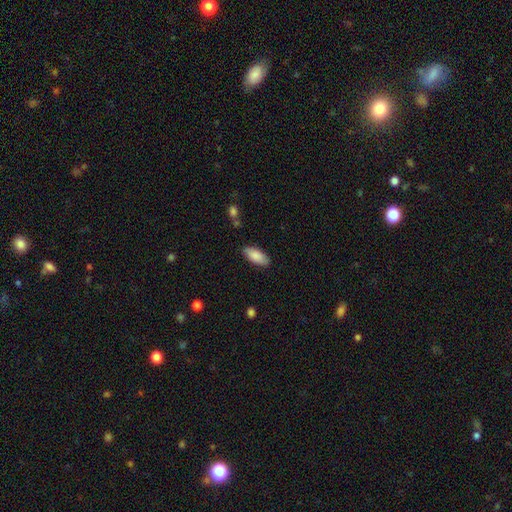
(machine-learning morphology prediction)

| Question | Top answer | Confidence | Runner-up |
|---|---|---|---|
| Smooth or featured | smooth | 87% | featured or disk (7%) |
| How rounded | in between | 85% | cigar-shaped (13%) |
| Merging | none | 86% | minor disturbance (11%) |